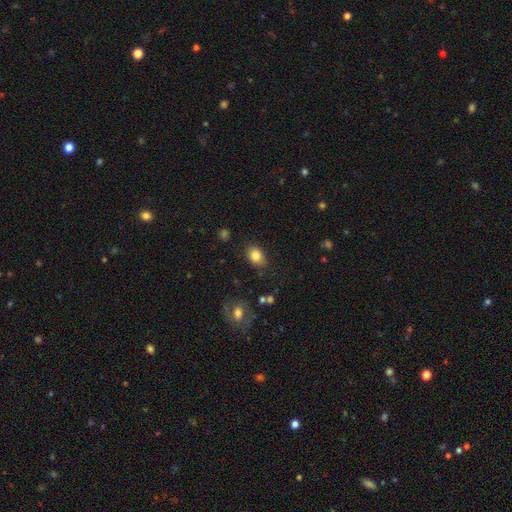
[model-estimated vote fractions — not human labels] Morphology: type=smooth (83%); roundness=in between (68%); merging=none (82%).